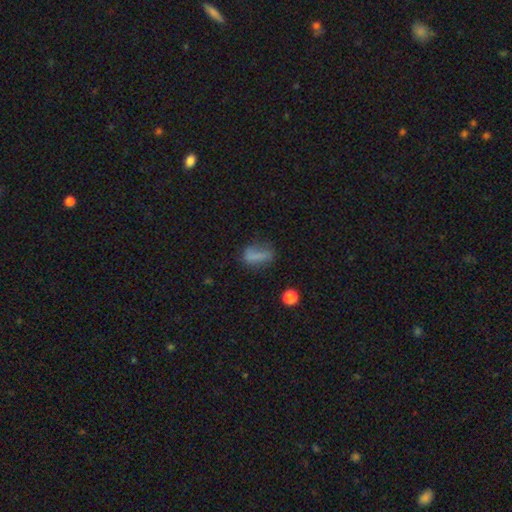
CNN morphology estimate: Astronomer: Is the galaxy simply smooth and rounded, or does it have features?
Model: smooth — 70%.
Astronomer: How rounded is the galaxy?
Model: in between — 70%.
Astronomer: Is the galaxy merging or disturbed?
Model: none — 49% (runner-up: minor disturbance, 26%).